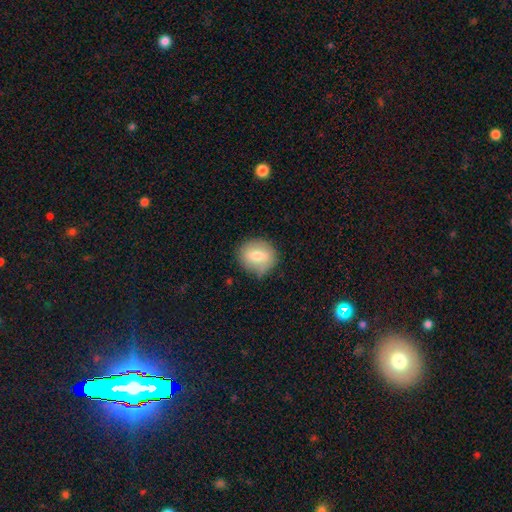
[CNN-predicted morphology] Smooth or featured?
  - smooth: 71% *
  - featured or disk: 21%
  - star or artifact: 8%
How rounded?
  - round: 80% *
  - in between: 19%
  - cigar-shaped: 1%
Merging?
  - none: 78% *
  - minor disturbance: 16%
  - major disturbance: 4%
  - merger: 2%